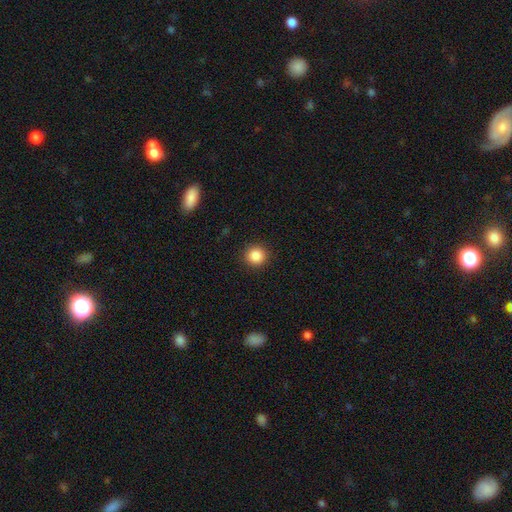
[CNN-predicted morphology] smooth_or_featured: smooth (p=0.87) [alt: star or artifact p=0.10]
how_rounded: round (p=0.94) [alt: in between p=0.05]
merging: none (p=0.92) [alt: minor disturbance p=0.05]